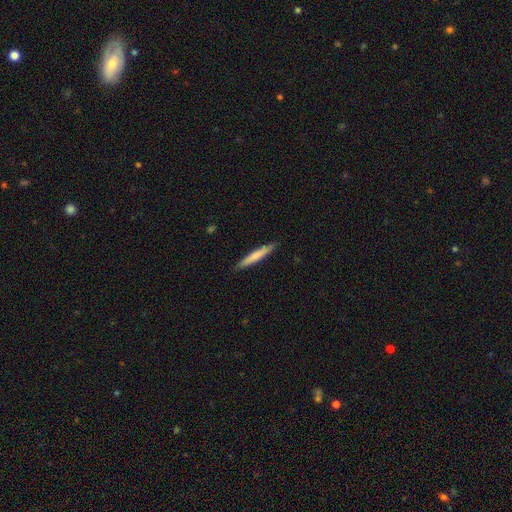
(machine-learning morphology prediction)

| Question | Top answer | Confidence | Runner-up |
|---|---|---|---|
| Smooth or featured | smooth | 69% | featured or disk (26%) |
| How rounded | cigar-shaped | 95% | in between (4%) |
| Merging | none | 90% | minor disturbance (7%) |